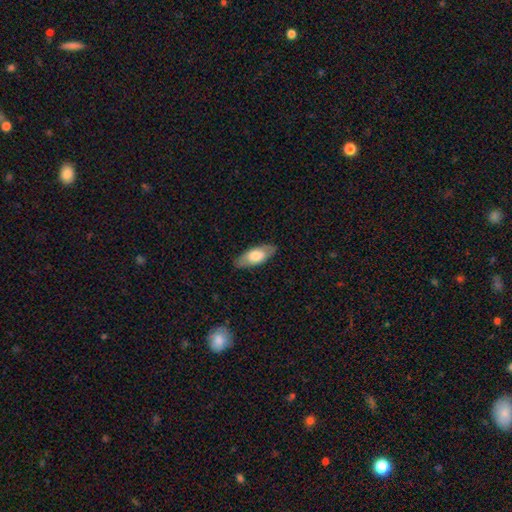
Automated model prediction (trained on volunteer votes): This is likely a smooth galaxy (63%). How rounded: clearly in between (83%). Merging: clearly none (85%).